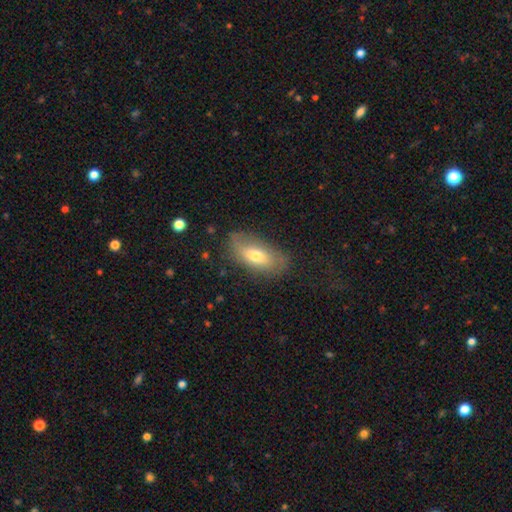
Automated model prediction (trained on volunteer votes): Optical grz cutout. It shows a smooth galaxy with no disk features (64%) that is in between round and cigar-shaped (86%). Merging: none (76%).